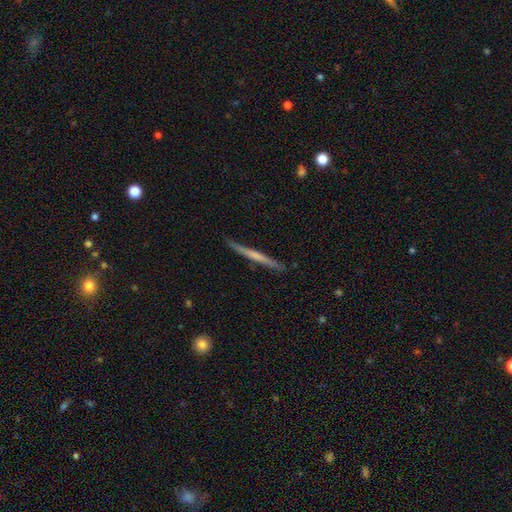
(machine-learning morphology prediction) Overall: featured or disk (52%; smooth 43%). Edge-on disk: yes (96%). Merging: none (87%).